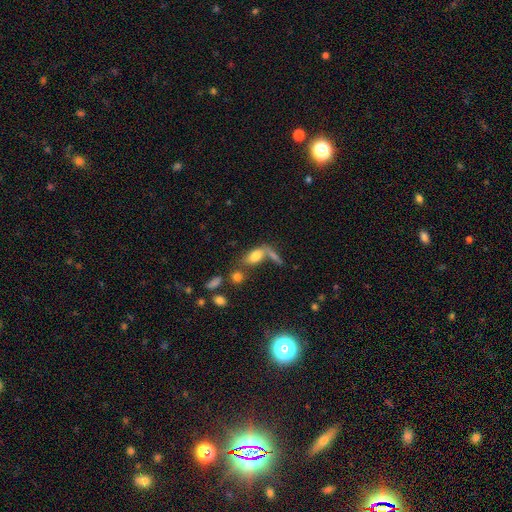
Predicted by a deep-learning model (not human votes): Smooth or featured: smooth — 74% (featured or disk — 17%)
How rounded: in between — 80% (cigar-shaped — 13%)
Merging: none — 44% (merger — 33%)